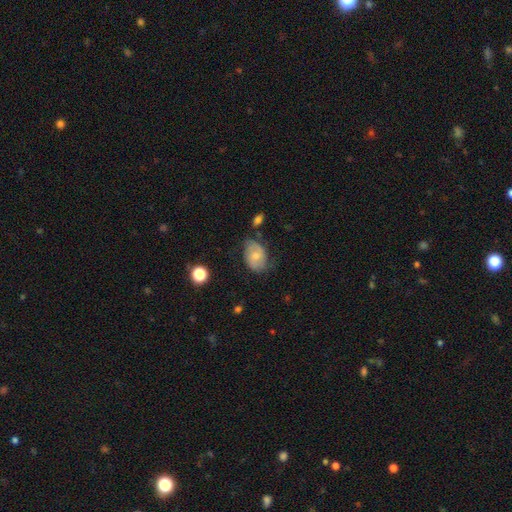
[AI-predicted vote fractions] A featured or disk galaxy (48%).

Vote fractions:
- Smooth or featured? featured or disk: 48% / smooth: 44% / star or artifact: 8%
- Merging? none: 62% / minor disturbance: 27% / major disturbance: 8% / merger: 3%